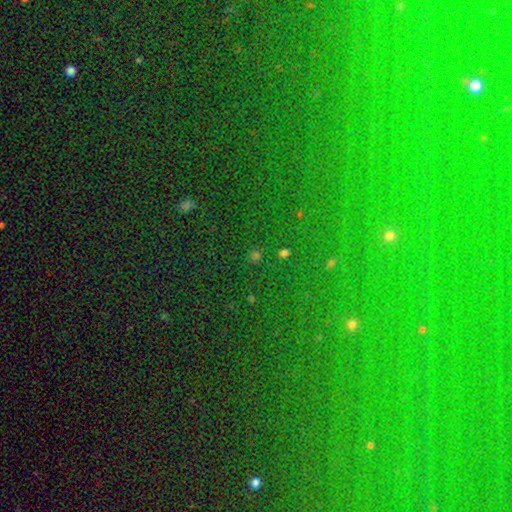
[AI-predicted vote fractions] This appears to be a smooth galaxy with no disk features (47%). Merging: none (81%).